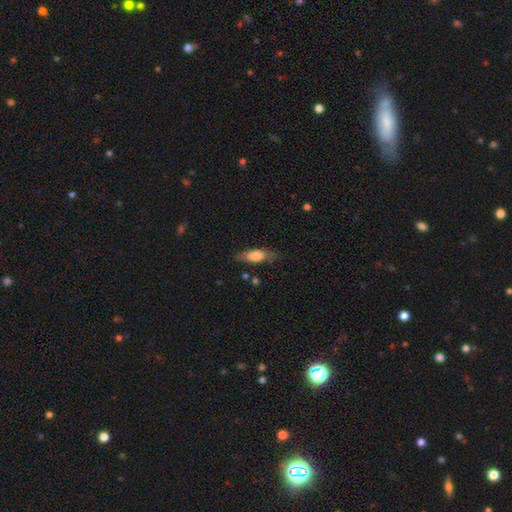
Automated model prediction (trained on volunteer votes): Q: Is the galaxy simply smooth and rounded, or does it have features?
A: smooth — 64%.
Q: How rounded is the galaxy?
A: in between — 57%.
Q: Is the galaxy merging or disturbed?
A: none — 74%.